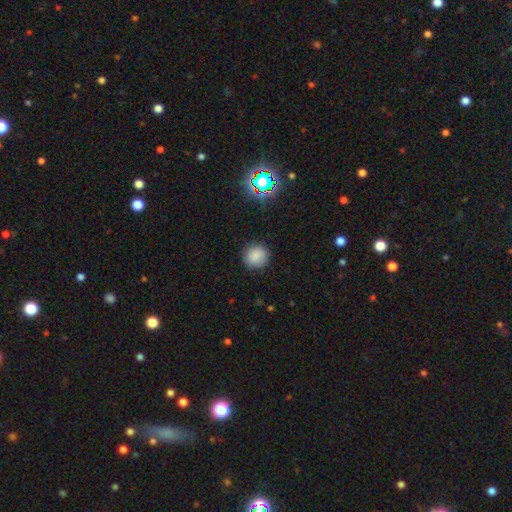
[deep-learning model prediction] The model was most divided on "smooth or featured": smooth: 82%, star or artifact: 12%, featured or disk: 6%. More confident: how rounded — round (89%); merging — none (87%).